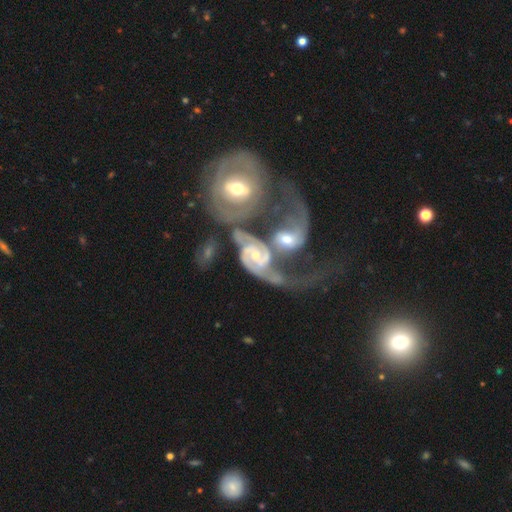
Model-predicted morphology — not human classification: A featured or disk galaxy (89%) with a weak bar (41%, tied with no), 2 (82%) medium (44%) spiral arms (96%) and a moderate central bulge (46%, tied with small). Merging: merger (67%).